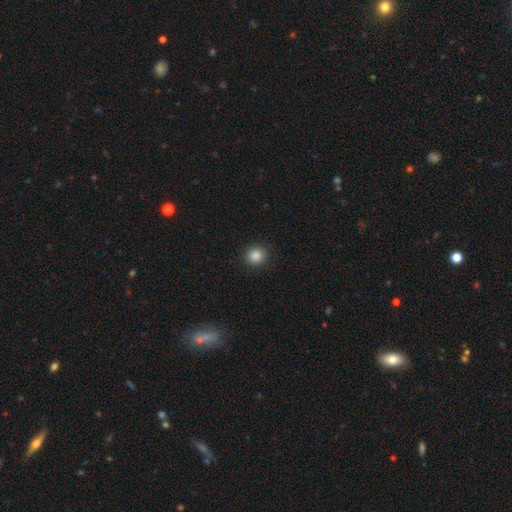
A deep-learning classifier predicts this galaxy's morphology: A smooth galaxy with no disk features (86%) that is round (90%).

Vote fractions:
- Smooth or featured? smooth: 86% / star or artifact: 10% / featured or disk: 3%
- How rounded? round: 90% / in between: 9% / cigar-shaped: 1%
- Merging? none: 91% / minor disturbance: 6% / major disturbance: 2% / merger: 1%